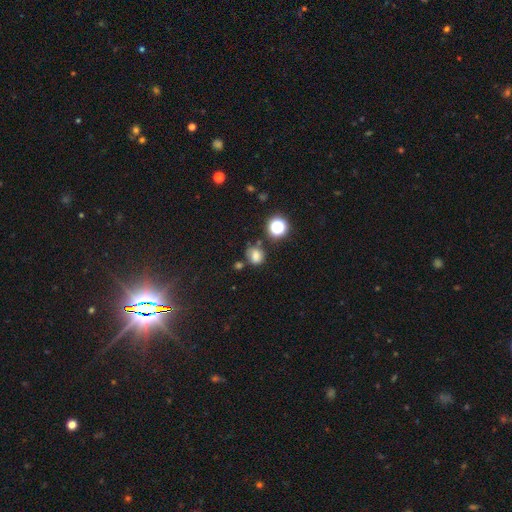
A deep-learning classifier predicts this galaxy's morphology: A smooth galaxy with no disk features (71%) that is round (71%). Merging: none (60%).